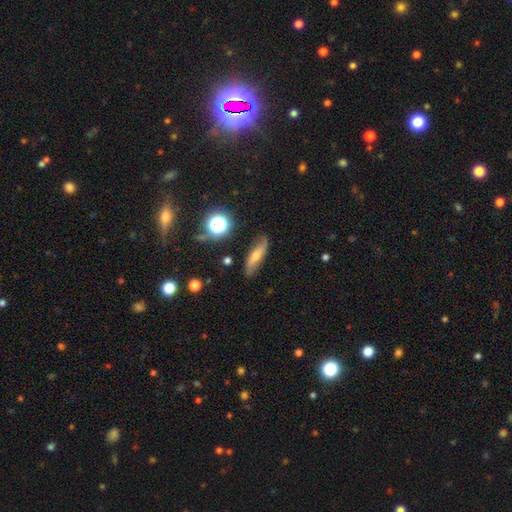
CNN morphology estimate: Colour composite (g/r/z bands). It shows a smooth galaxy with no disk features (45%). Merging: none (80%).